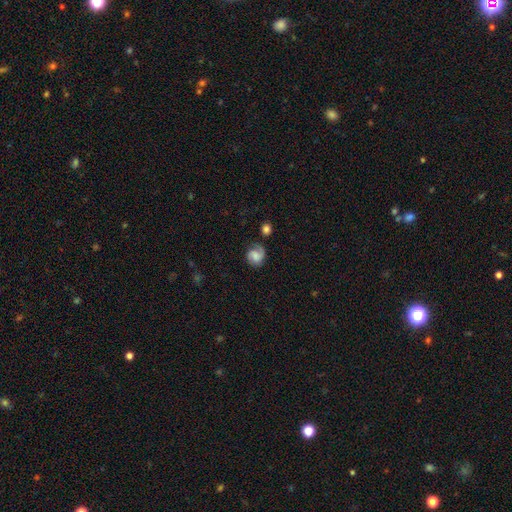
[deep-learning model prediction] smooth-or-featured: featured or disk: 60% | smooth: 32% | star or artifact: 8%
  disk-edge-on: no: 98% | yes: 2%
    bar: no: 56% | weak: 37% | strong: 7%
    has-spiral-arms: yes: 93% | no: 7%
      spiral-winding: medium: 45% | tight: 32% | loose: 23%
      spiral-arm-count: 2: 69% | 1: 20% | can't tell: 7% | 3: 2% | 4: 1% | more than 4: 1%
    bulge-size: moderate: 32% | small: 25% | none: 25% | large: 15% | dominant: 3%
  merging: none: 65% | minor disturbance: 21% | major disturbance: 10% | merger: 4%